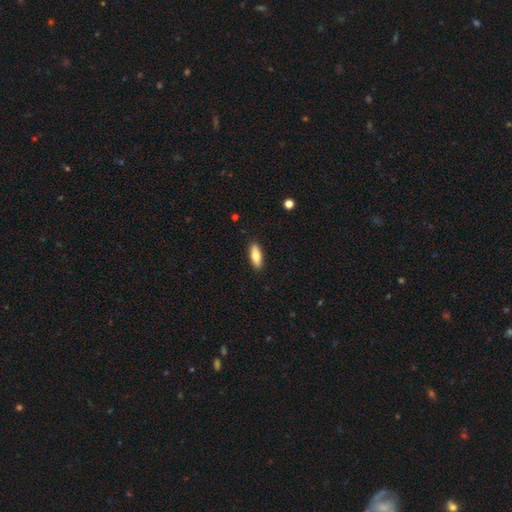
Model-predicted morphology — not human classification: The model was most divided on "how rounded": in between: 69%, cigar-shaped: 28%, round: 2%. More confident: merging — none (90%); smooth or featured — smooth (77%).